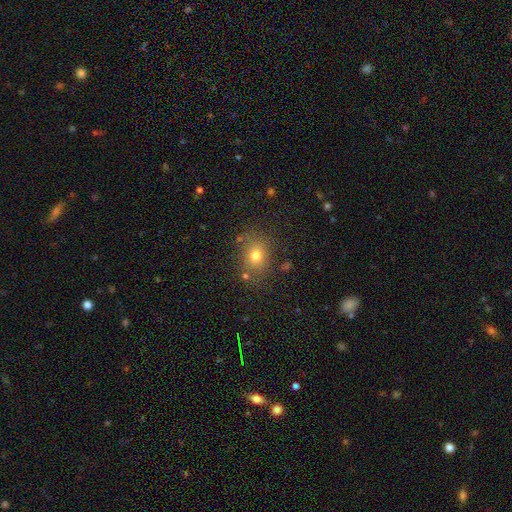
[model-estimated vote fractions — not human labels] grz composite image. It shows a smooth galaxy with no disk features (73%) that is round (55%). Merging: none (78%).